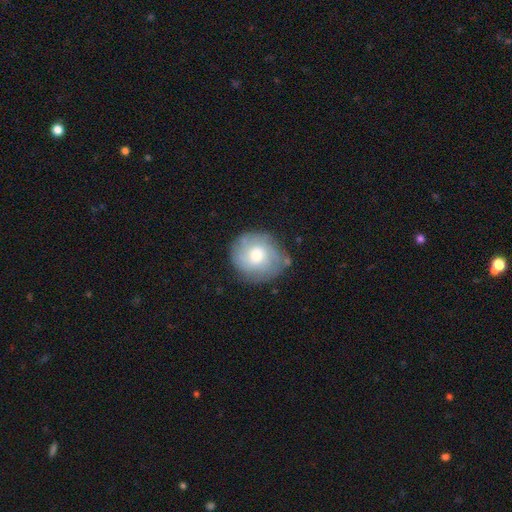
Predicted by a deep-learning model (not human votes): A featured or disk galaxy (47%).

Vote fractions:
- Smooth or featured? featured or disk: 47% / smooth: 45% / star or artifact: 8%
- Merging? none: 75% / minor disturbance: 17% / major disturbance: 6% / merger: 2%